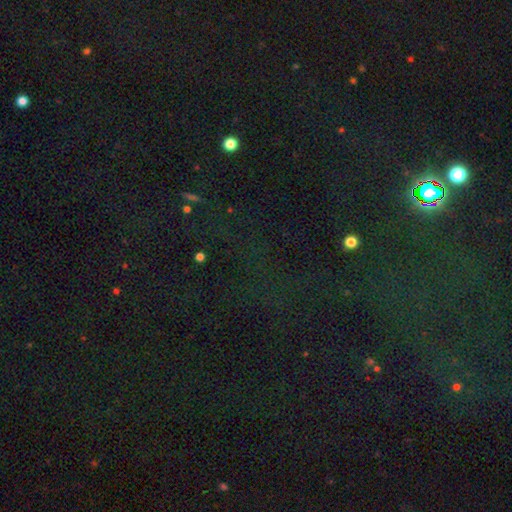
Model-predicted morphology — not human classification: The model was most divided on "smooth or featured": star or artifact: 76%, smooth: 15%, featured or disk: 9%.